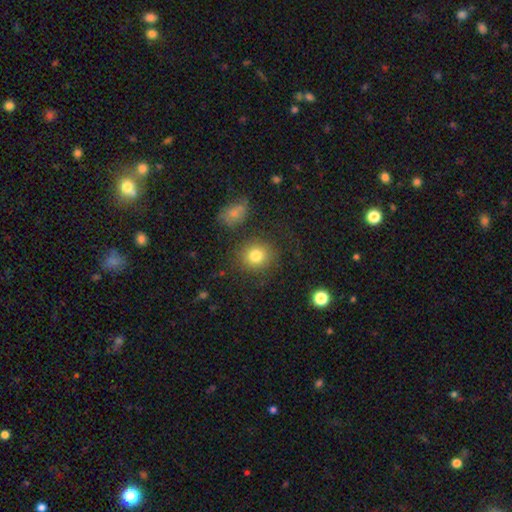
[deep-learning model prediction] Smooth or featured? Predicted: smooth (p=0.79). How rounded? Predicted: round (p=0.84). Merging? Predicted: none (p=0.81).